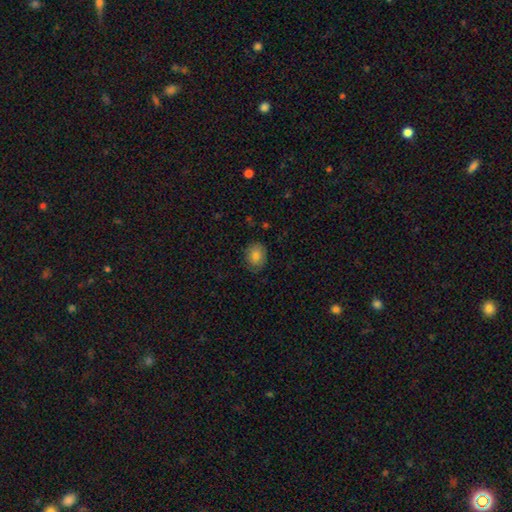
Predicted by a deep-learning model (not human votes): Smooth or featured: smooth — 80% (featured or disk — 12%)
How rounded: round — 54% (in between — 45%)
Merging: none — 78% (minor disturbance — 17%)